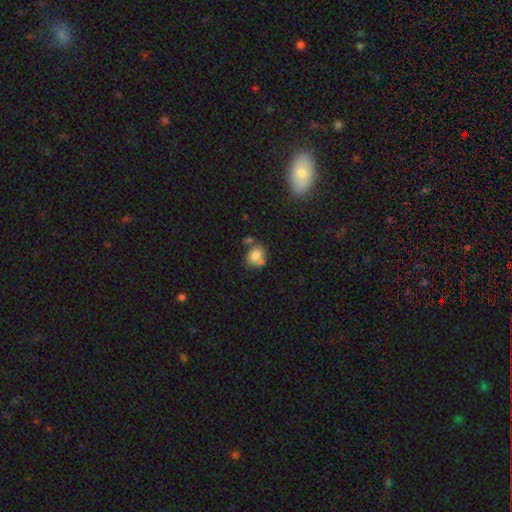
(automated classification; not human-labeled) A smooth galaxy with no disk features (77%) that is round (50%). Merging: none (54%).